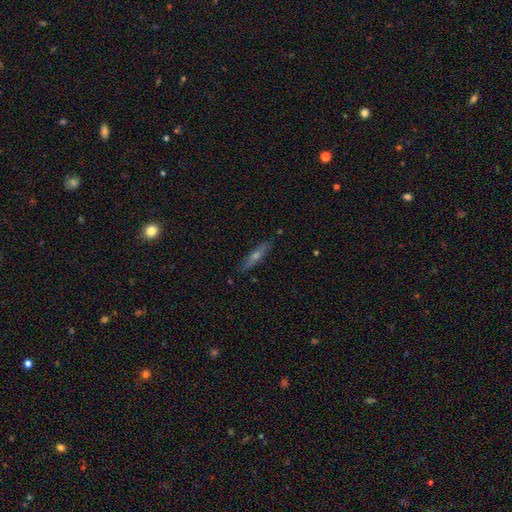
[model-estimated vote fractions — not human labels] Smooth or featured?
  - featured or disk: 58% *
  - smooth: 34%
  - star or artifact: 8%
Edge-on disk?
  - yes: 89% *
  - no: 11%
Edge-on bulge?
  - rounded: 87% *
  - none: 11%
  - boxy: 3%
Merging?
  - none: 88% *
  - minor disturbance: 9%
  - major disturbance: 2%
  - merger: 1%